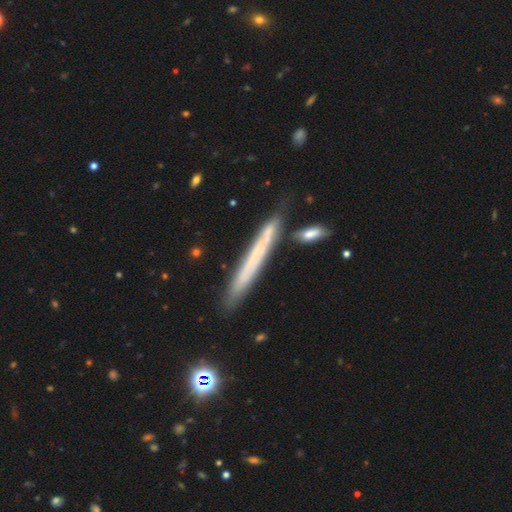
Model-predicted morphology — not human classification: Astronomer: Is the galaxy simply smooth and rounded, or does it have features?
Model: smooth — 48% (runner-up: featured or disk, 44%).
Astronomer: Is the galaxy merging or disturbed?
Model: none — 77%.